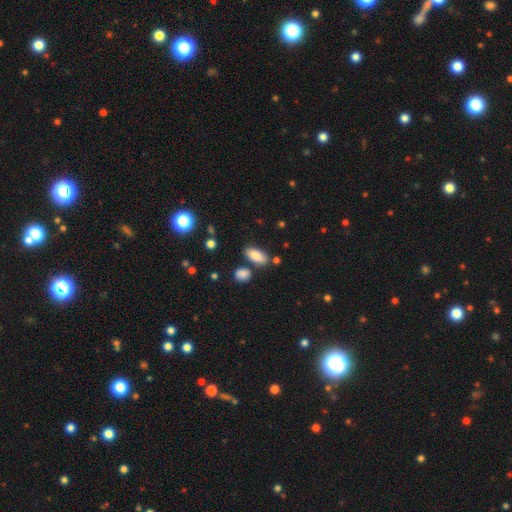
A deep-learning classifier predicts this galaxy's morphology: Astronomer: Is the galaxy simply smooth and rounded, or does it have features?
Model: smooth — 85%.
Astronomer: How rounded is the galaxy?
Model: in between — 87%.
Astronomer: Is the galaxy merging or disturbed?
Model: none — 74%.